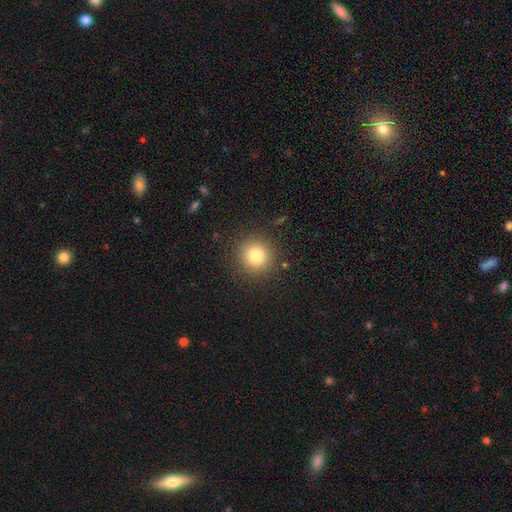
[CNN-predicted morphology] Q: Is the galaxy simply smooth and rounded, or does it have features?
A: smooth — 80%.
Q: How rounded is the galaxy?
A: round — 93%.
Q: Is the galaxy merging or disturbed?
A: none — 89%.